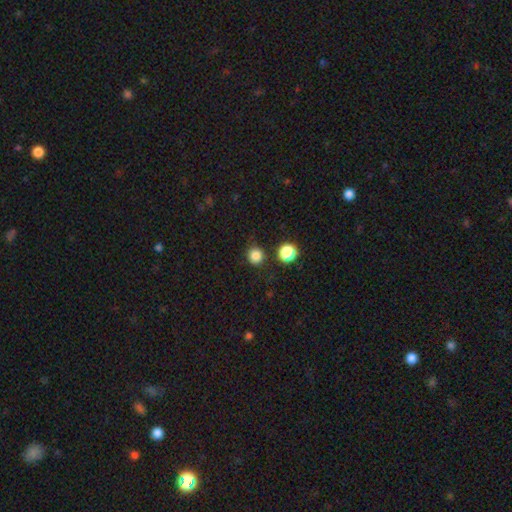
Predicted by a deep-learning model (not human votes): smooth 83%, star or artifact 13%, featured or disk 3%. Down the decision tree: how rounded — round (92%); merging — none (84%).